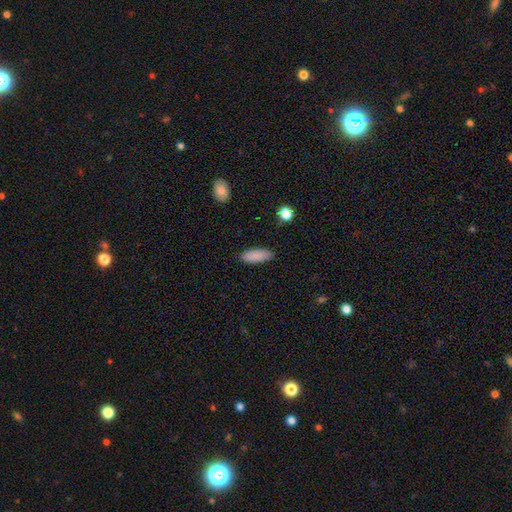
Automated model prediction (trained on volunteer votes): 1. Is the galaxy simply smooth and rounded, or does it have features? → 88% smooth, 7% star or artifact, 5% featured or disk.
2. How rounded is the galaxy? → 71% in between, 28% cigar-shaped, 2% round.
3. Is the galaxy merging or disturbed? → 87% none, 10% minor disturbance, 2% major disturbance, 1% merger.